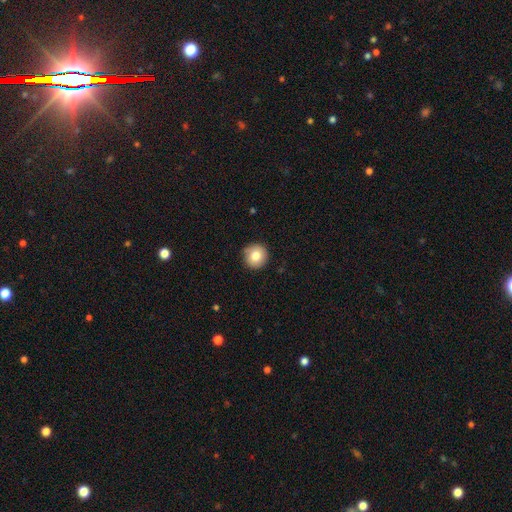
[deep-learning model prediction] Smooth or featured? Predicted: smooth (p=0.81). How rounded? Predicted: round (p=0.96). Merging? Predicted: none (p=0.89).